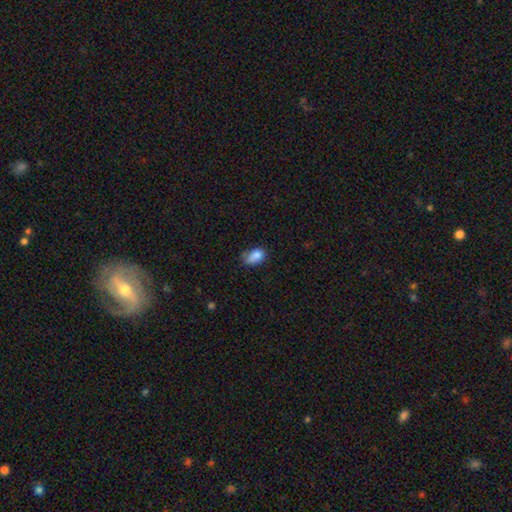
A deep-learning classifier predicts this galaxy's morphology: The model was most divided on "merging": none: 46%, minor disturbance: 39%, major disturbance: 12%, merger: 3%. More confident: how rounded — in between (87%); smooth or featured — smooth (84%).